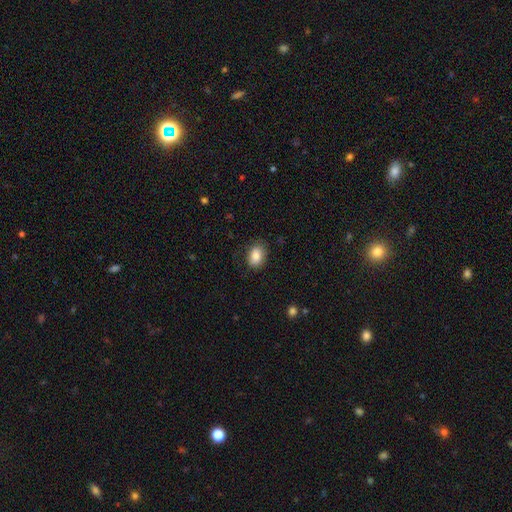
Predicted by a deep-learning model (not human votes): A smooth galaxy with no disk features (86%) that is in between round and cigar-shaped (78%).

Vote fractions:
- Smooth or featured? smooth: 86% / star or artifact: 8% / featured or disk: 6%
- How rounded? in between: 78% / round: 21% / cigar-shaped: 1%
- Merging? none: 81% / minor disturbance: 14% / major disturbance: 4% / merger: 1%